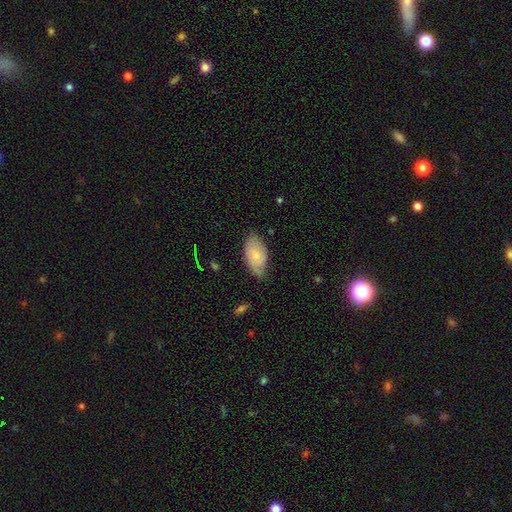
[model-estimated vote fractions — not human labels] Smooth or featured?
  - smooth: 65% *
  - featured or disk: 29%
  - star or artifact: 6%
How rounded?
  - in between: 94% *
  - round: 4%
  - cigar-shaped: 2%
Merging?
  - none: 66% *
  - minor disturbance: 28%
  - major disturbance: 5%
  - merger: 1%